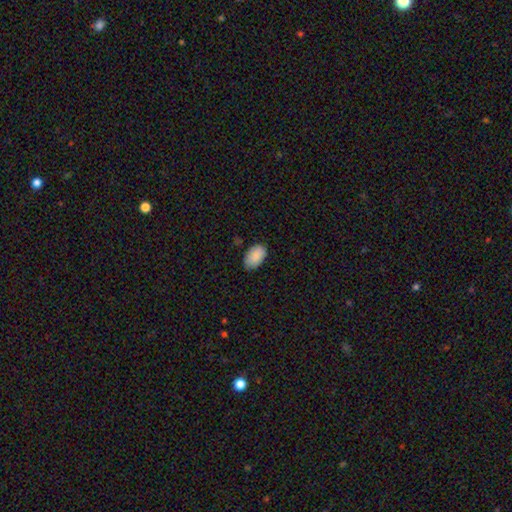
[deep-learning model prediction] The model was most divided on "merging": none: 80%, minor disturbance: 16%, major disturbance: 3%, merger: 1%. More confident: how rounded — in between (93%); smooth or featured — smooth (89%).